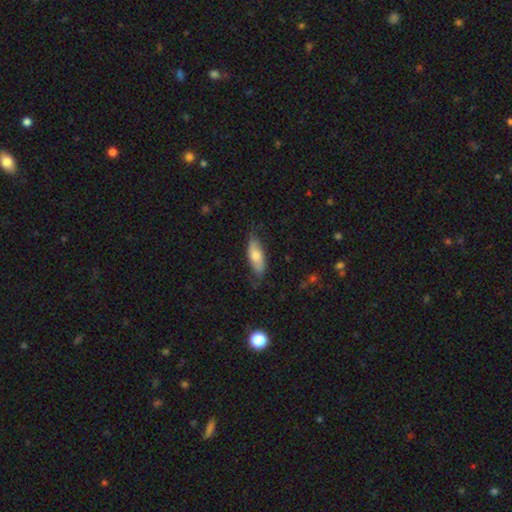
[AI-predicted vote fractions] smooth 63%, featured or disk 31%, star or artifact 6%. Down the decision tree: how rounded — in between (71%); merging — none (69%).